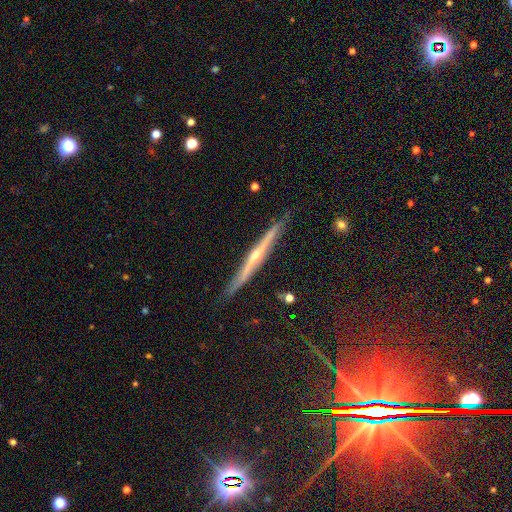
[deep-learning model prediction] A featured or disk galaxy (78%) viewed edge-on (98%) with a rounded central bulge (76%).

Vote fractions:
- Smooth or featured? featured or disk: 78% / smooth: 14% / star or artifact: 8%
- Edge-on disk? yes: 98% / no: 2%
- Edge-on bulge? rounded: 76% / none: 21% / boxy: 4%
- Merging? none: 88% / minor disturbance: 10% / major disturbance: 2% / merger: 1%